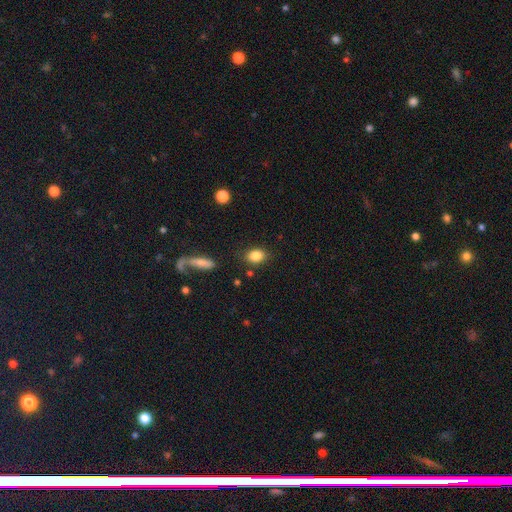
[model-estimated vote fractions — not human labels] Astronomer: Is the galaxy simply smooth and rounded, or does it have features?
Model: smooth — 85%.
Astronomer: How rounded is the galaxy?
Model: in between — 73%.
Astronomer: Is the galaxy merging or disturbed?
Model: none — 83%.